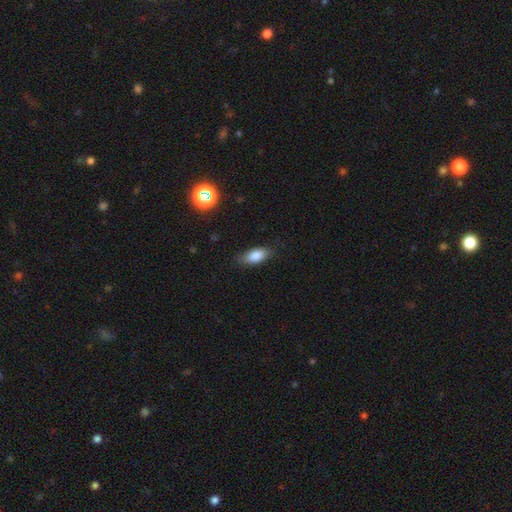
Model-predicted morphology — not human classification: Q: Smooth or featured?
A: smooth (83%); runner-up: featured or disk (9%)
Q: How rounded?
A: in between (84%); runner-up: cigar-shaped (13%)
Q: Merging?
A: none (80%); runner-up: minor disturbance (15%)